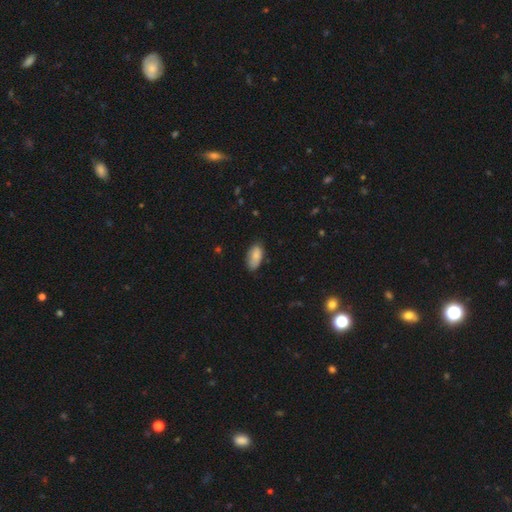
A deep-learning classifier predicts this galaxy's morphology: This is clearly a smooth galaxy (85%). How rounded: clearly in between (93%). Merging: likely none (72%).